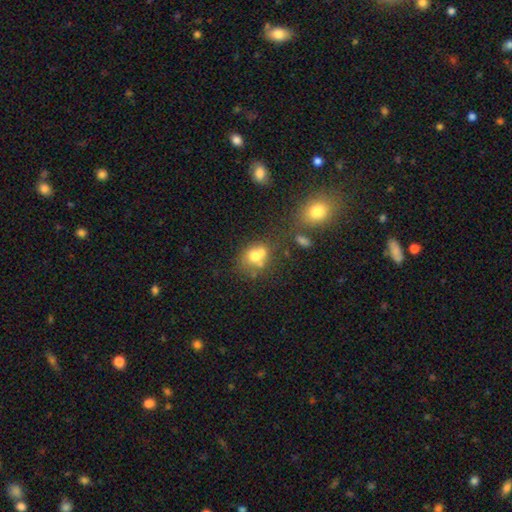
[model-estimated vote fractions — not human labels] This appears to be a smooth galaxy with no disk features (66%) that is round (57%). Merging: merger (42%).